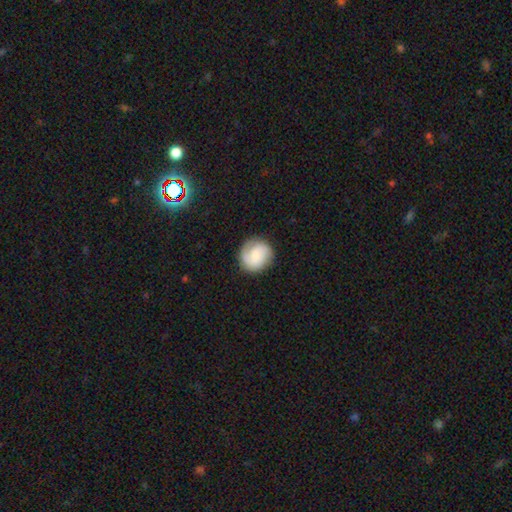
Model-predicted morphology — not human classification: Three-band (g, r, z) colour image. It shows a smooth galaxy with no disk features (51%) that is round (84%). Merging: none (81%).